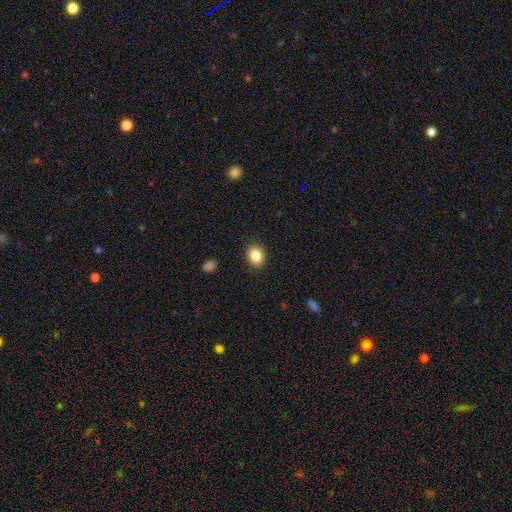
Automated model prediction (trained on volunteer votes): smooth-or-featured: smooth: 84% | star or artifact: 9% | featured or disk: 6%
  how-rounded: in between: 51% | round: 48% | cigar-shaped: 1%
  merging: none: 90% | minor disturbance: 7% | major disturbance: 2% | merger: 1%